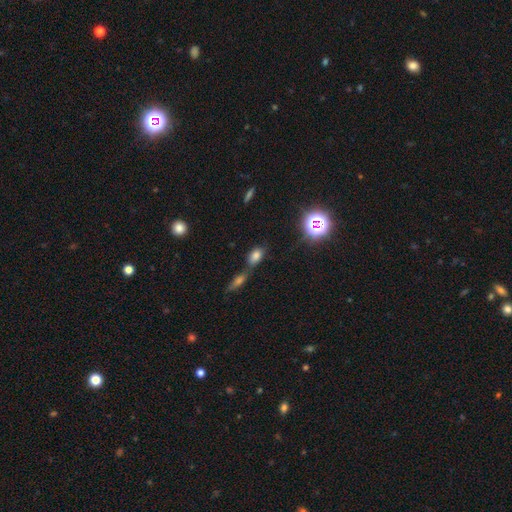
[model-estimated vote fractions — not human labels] Overall: smooth (71%). How rounded: in between (83%). Merging: none (45%; merger 39%).